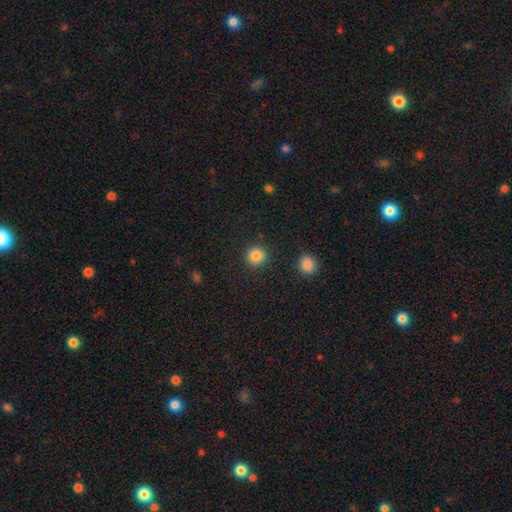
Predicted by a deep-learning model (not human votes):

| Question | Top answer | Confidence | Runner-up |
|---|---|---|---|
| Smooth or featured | smooth | 86% | star or artifact (10%) |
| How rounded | round | 90% | in between (9%) |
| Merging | none | 89% | minor disturbance (6%) |